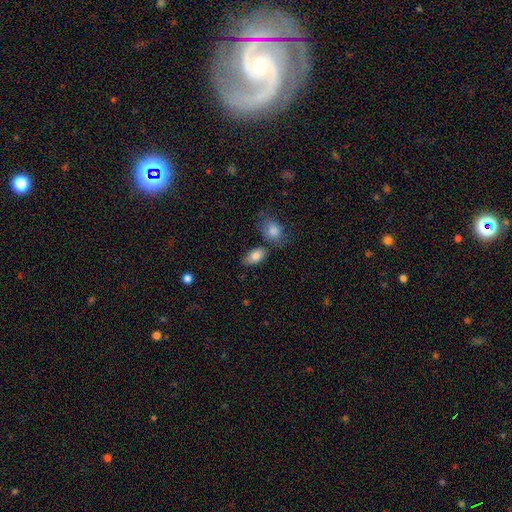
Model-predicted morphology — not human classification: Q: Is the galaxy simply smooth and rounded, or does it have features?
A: smooth — 85%.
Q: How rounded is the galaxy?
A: in between — 92%.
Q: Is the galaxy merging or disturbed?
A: none — 65%.